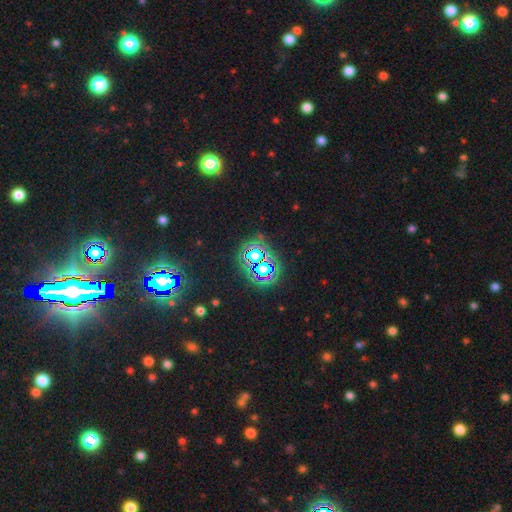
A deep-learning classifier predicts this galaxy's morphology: Smooth or featured: star or artifact — 71% (smooth — 18%)